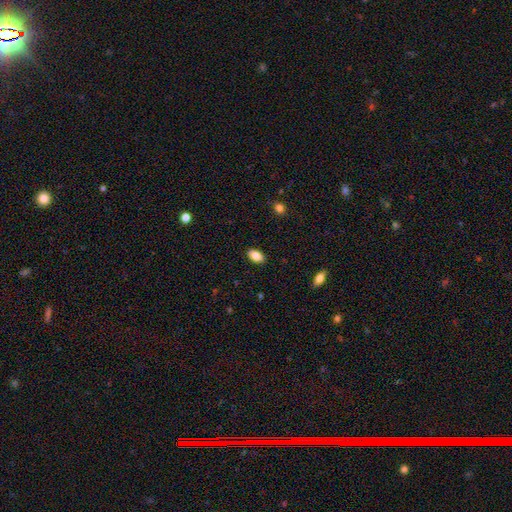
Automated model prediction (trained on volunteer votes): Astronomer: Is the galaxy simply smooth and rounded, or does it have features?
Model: smooth — 85%.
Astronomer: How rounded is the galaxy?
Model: in between — 91%.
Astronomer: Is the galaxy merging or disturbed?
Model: none — 89%.